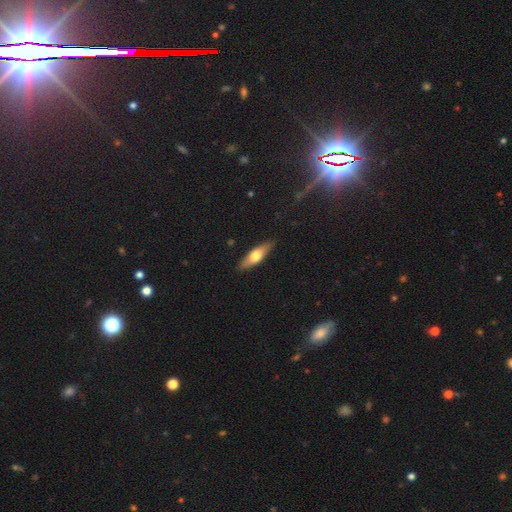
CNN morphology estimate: smooth_or_featured: smooth (p=0.53) [alt: featured or disk p=0.42]
how_rounded: cigar-shaped (p=0.54) [alt: in between p=0.43]
merging: none (p=0.88) [alt: minor disturbance p=0.09]